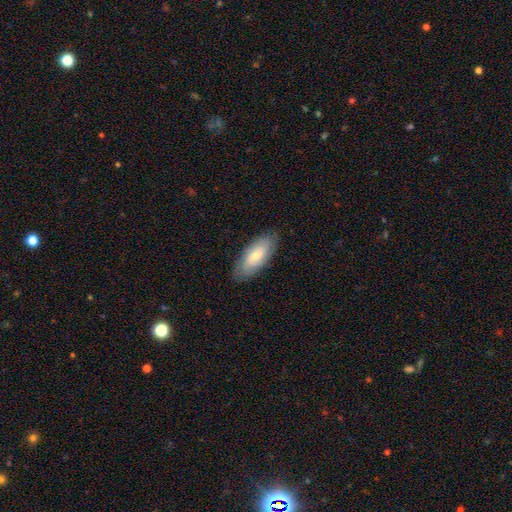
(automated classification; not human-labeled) smooth 65%, featured or disk 29%, star or artifact 6%. Down the decision tree: how rounded — in between (82%); merging — none (83%).